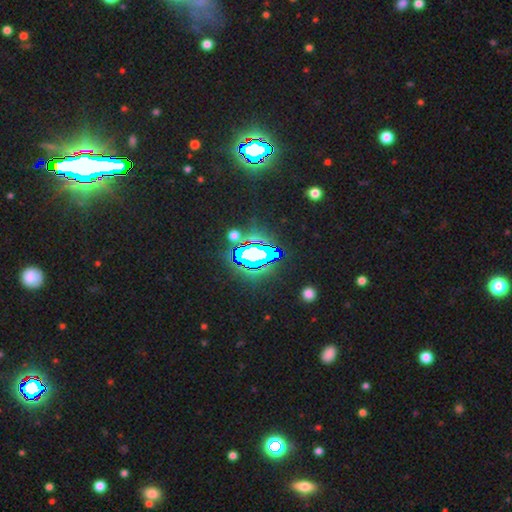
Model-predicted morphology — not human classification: Smooth or featured: star or artifact — 74% (smooth — 15%)